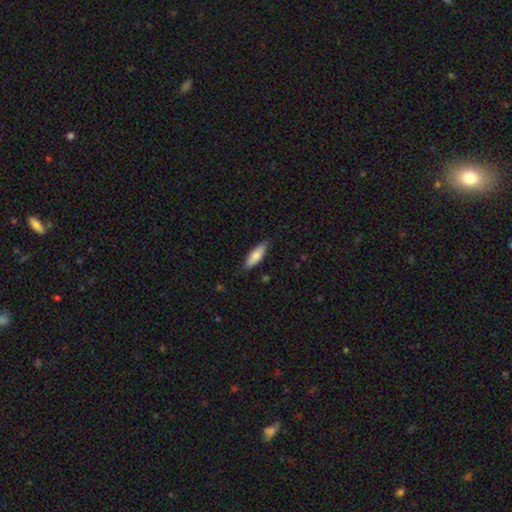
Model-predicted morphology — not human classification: Smooth or featured: smooth — 78% (featured or disk — 16%)
How rounded: in between — 56% (cigar-shaped — 42%)
Merging: none — 81% (minor disturbance — 16%)